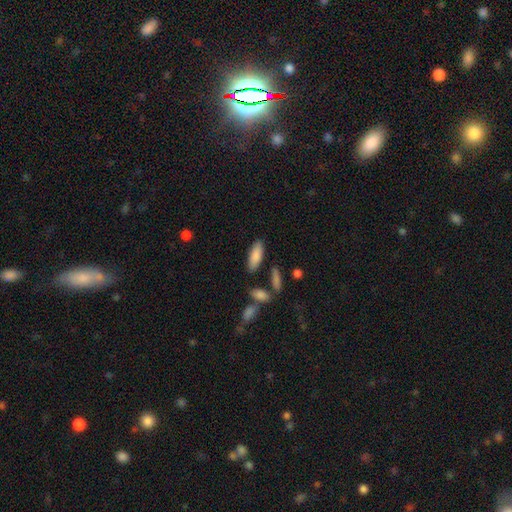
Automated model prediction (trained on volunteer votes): smooth_or_featured: smooth (p=0.86) [alt: featured or disk p=0.08]
how_rounded: in between (p=0.73) [alt: cigar-shaped p=0.25]
merging: none (p=0.81) [alt: minor disturbance p=0.11]